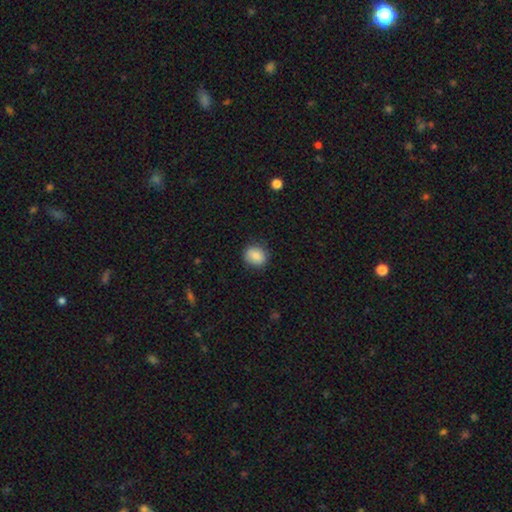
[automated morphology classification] A smooth galaxy with no disk features (83%) that is round (67%). Merging: none (84%).